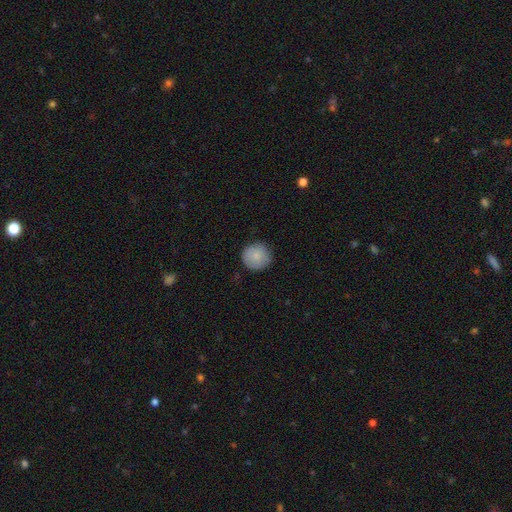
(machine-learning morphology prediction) Q: Smooth or featured?
A: smooth (85%); runner-up: featured or disk (8%)
Q: How rounded?
A: round (94%); runner-up: in between (5%)
Q: Merging?
A: none (87%); runner-up: minor disturbance (10%)